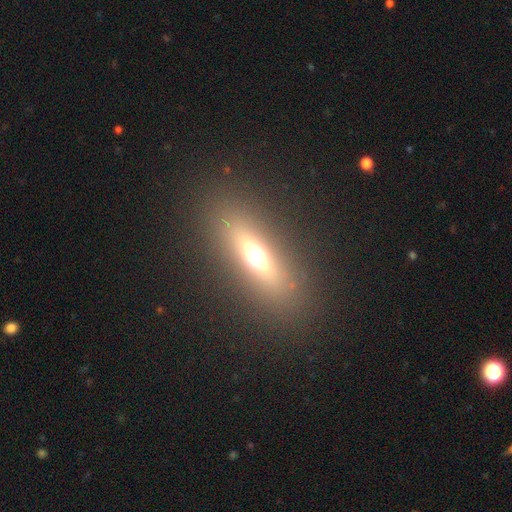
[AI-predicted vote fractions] smooth-or-featured: smooth: 47% | featured or disk: 37% | star or artifact: 16%
  merging: none: 86% | minor disturbance: 8% | major disturbance: 5% | merger: 1%